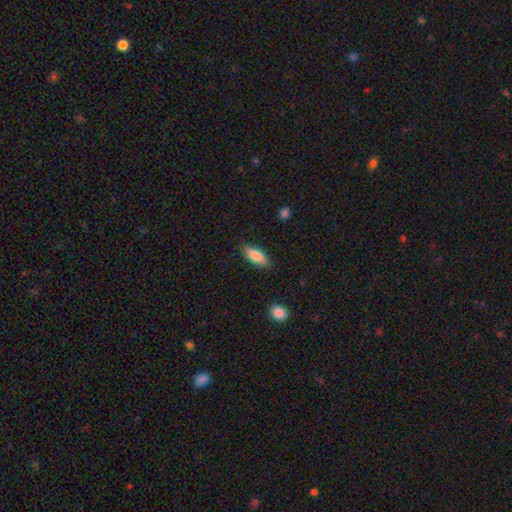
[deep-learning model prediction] Morphology: type=smooth (82%); roundness=in between (72%); merging=none (84%).